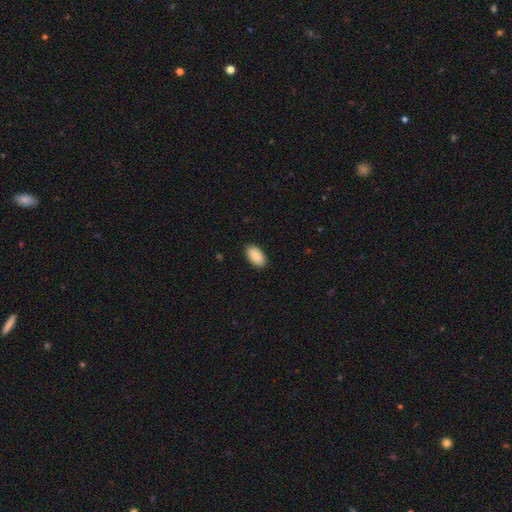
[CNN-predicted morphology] A smooth galaxy with no disk features (88%) that is in between round and cigar-shaped (95%). Merging: none (89%).